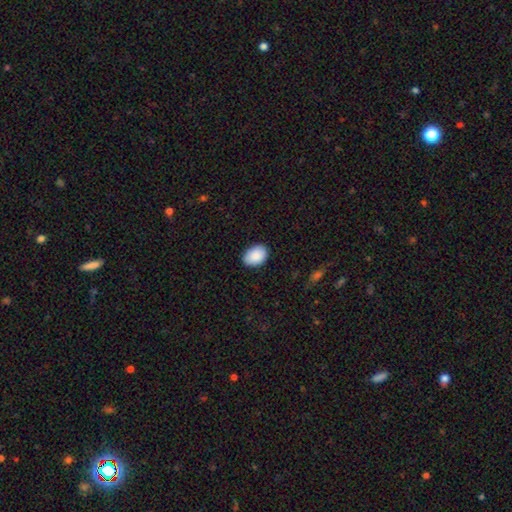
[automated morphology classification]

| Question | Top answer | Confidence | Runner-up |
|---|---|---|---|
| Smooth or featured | smooth | 89% | star or artifact (6%) |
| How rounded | in between | 80% | round (19%) |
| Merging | none | 86% | minor disturbance (11%) |